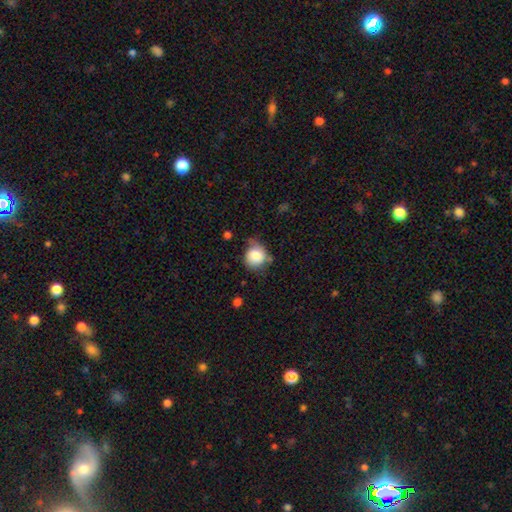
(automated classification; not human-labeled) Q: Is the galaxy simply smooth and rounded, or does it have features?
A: smooth — 81%.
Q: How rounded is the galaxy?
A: round — 80%.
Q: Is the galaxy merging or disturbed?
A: none — 48%.